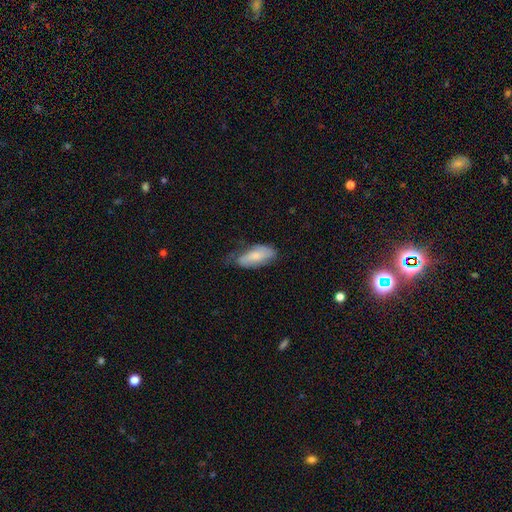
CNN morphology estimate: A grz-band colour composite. It shows a smooth galaxy with no disk features (65%) that is in between round and cigar-shaped (86%). Merging: none (44%).